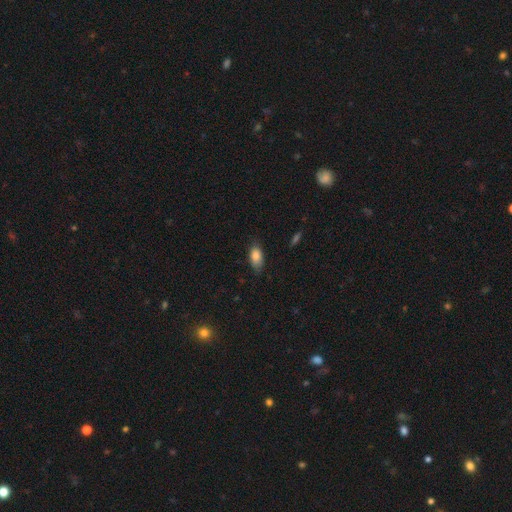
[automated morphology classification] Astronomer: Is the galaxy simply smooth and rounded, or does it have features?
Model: smooth — 84%.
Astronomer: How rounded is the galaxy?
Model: in between — 90%.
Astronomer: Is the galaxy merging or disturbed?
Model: none — 71%.